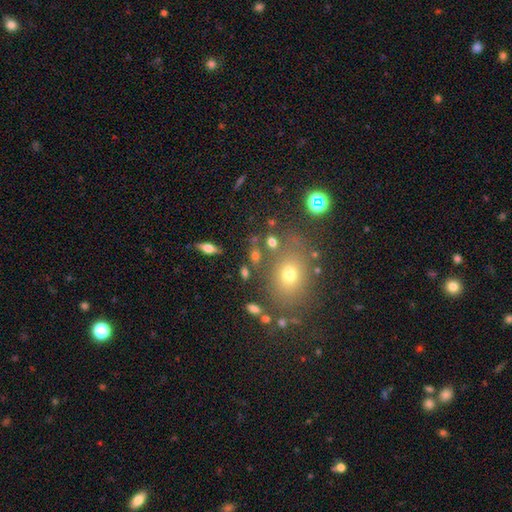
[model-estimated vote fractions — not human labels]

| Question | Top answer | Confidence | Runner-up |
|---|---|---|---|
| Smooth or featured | smooth | 56% | star or artifact (25%) |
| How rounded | in between | 53% | round (39%) |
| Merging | none | 70% | minor disturbance (13%) |